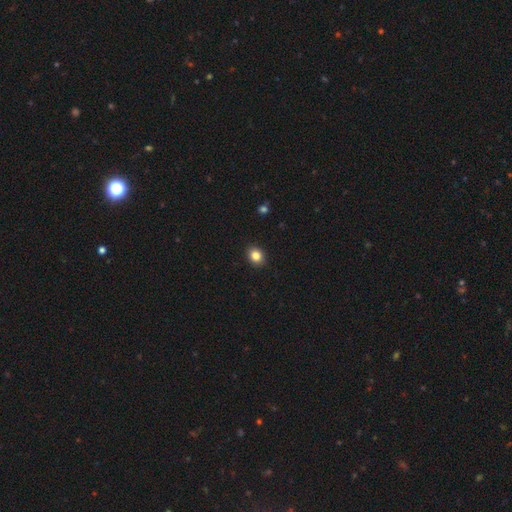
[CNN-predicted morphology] Overall: smooth (84%). How rounded: round (61%; in between 38%). Merging: none (91%).